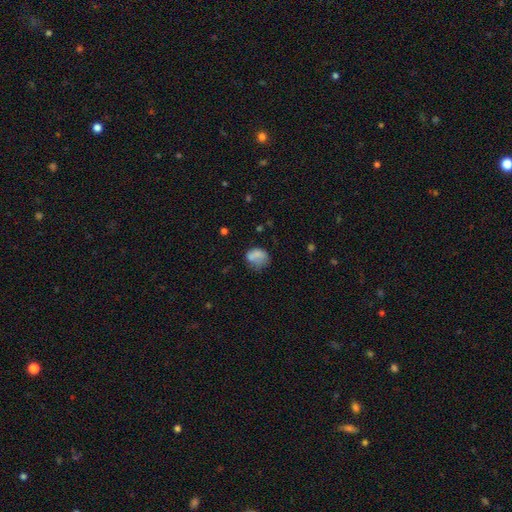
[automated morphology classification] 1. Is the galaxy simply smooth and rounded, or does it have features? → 69% smooth, 20% featured or disk, 11% star or artifact.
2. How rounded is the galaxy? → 50% round, 49% in between, 1% cigar-shaped.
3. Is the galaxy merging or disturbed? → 38% none, 28% minor disturbance, 20% major disturbance, 13% merger.